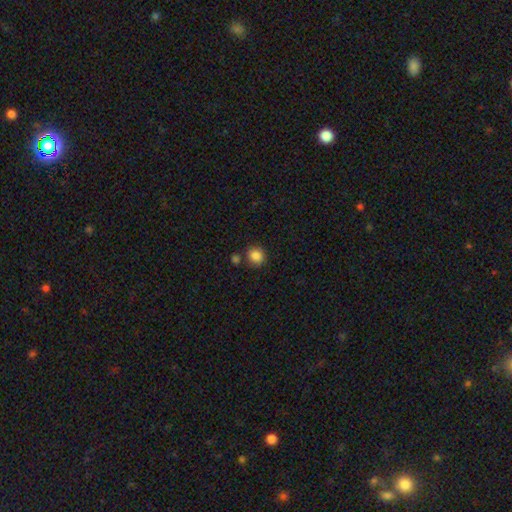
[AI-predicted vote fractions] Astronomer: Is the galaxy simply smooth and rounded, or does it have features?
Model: smooth — 87%.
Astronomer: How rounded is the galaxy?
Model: round — 81%.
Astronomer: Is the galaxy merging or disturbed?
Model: none — 78%.